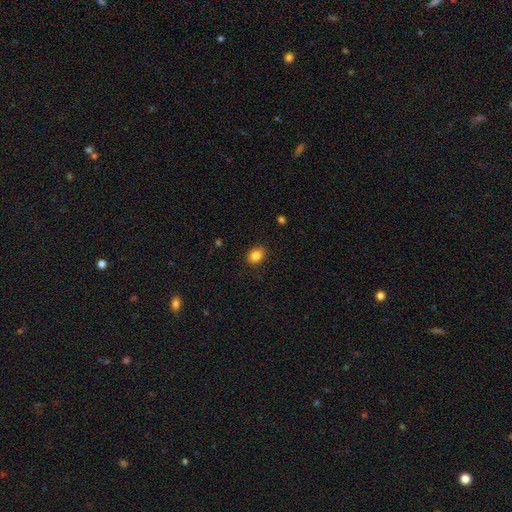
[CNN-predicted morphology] Overall: smooth (85%). How rounded: in between (53%; round 46%). Merging: none (88%).